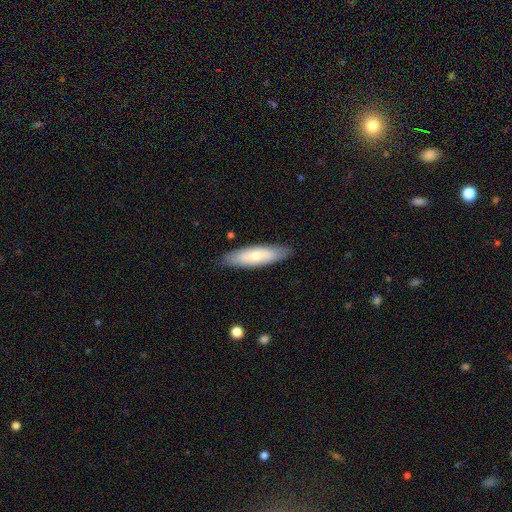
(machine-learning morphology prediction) The model was most divided on "how rounded": cigar-shaped: 54%, in between: 44%, round: 2%. More confident: merging — none (86%); smooth or featured — smooth (62%).